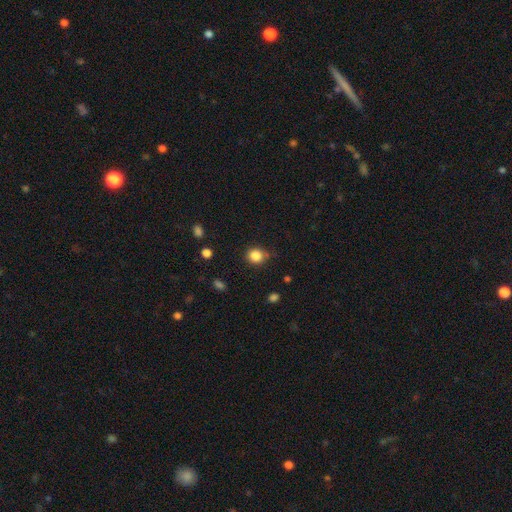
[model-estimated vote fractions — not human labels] Smooth or featured? smooth (85%)
How rounded? round (82%)
Merging? none (79%)